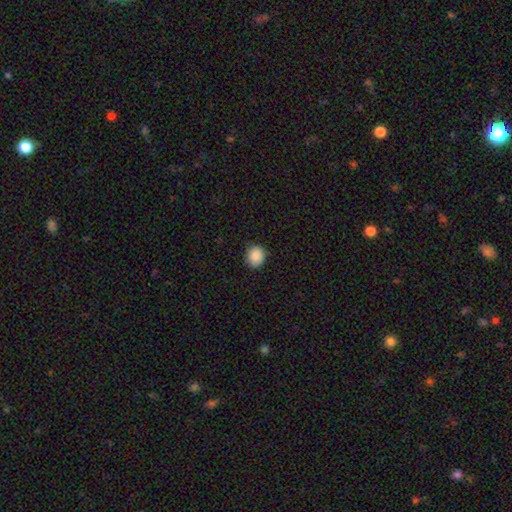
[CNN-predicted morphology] This appears to be a smooth galaxy with no disk features (88%) that is round (78%). Merging: none (86%).